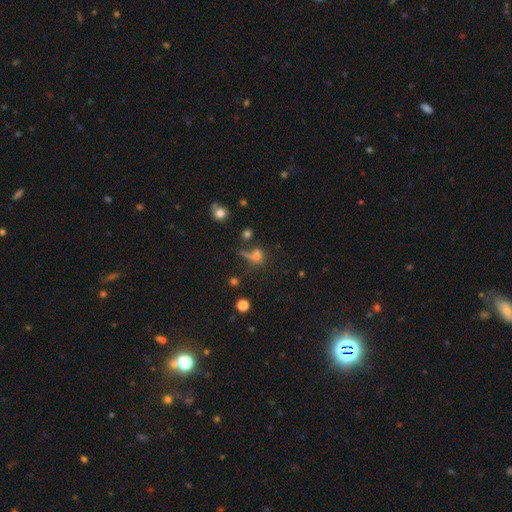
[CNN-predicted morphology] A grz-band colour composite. It shows a smooth galaxy with no disk features (52%) that is round (45%). Merging: none (43%).